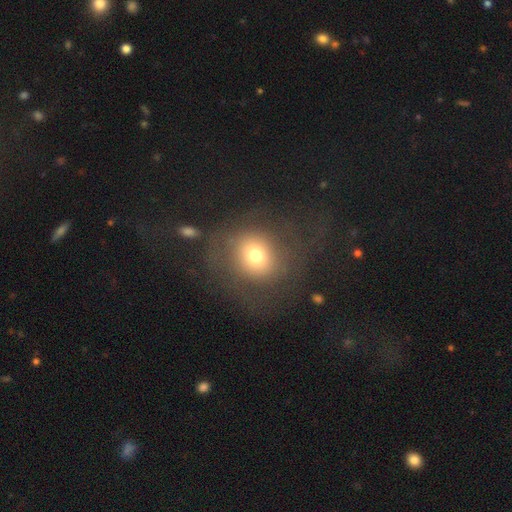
This appears to be a smooth galaxy with no disk features (78%) that is round (84%). Merging: none (59%).